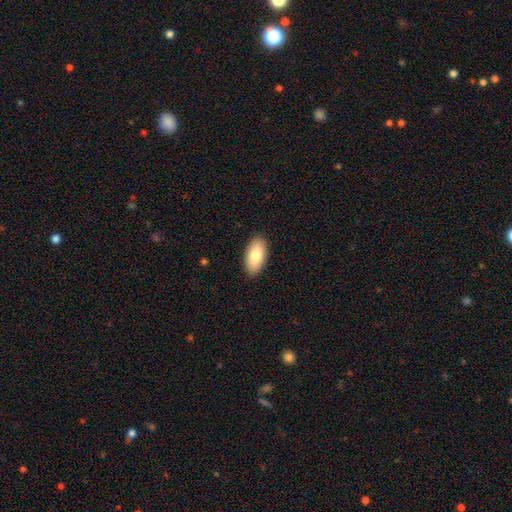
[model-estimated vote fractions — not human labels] Smooth or featured?
  - smooth: 81% *
  - featured or disk: 13%
  - star or artifact: 6%
How rounded?
  - in between: 94% *
  - cigar-shaped: 4%
  - round: 3%
Merging?
  - none: 90% *
  - minor disturbance: 8%
  - major disturbance: 2%
  - merger: 1%